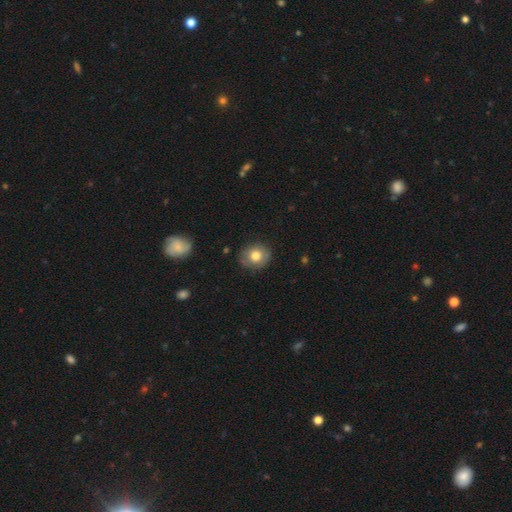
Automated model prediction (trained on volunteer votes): Smooth or featured: smooth — 75% (featured or disk — 16%)
How rounded: round — 78% (in between — 21%)
Merging: none — 82% (minor disturbance — 14%)